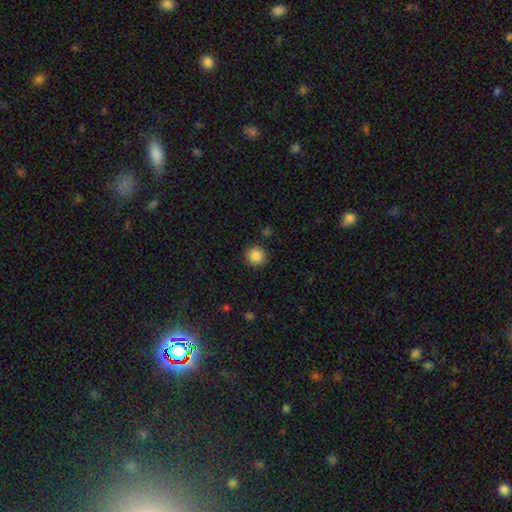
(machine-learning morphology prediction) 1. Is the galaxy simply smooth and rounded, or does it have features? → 85% smooth, 10% star or artifact, 5% featured or disk.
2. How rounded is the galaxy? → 95% round, 4% in between, 1% cigar-shaped.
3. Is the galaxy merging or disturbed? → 90% none, 6% minor disturbance, 2% major disturbance, 1% merger.